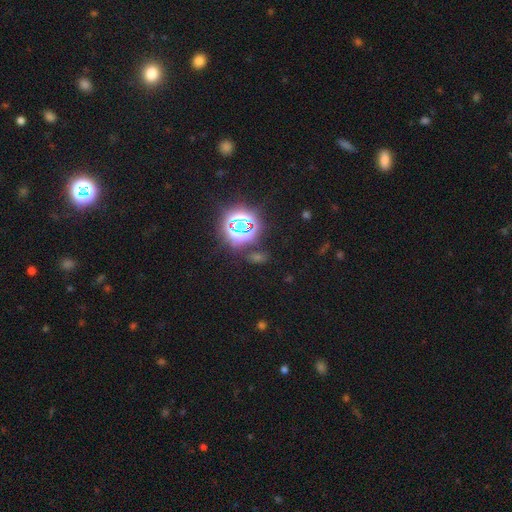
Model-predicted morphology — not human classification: smooth_or_featured: star or artifact (p=0.72) [alt: smooth p=0.19]